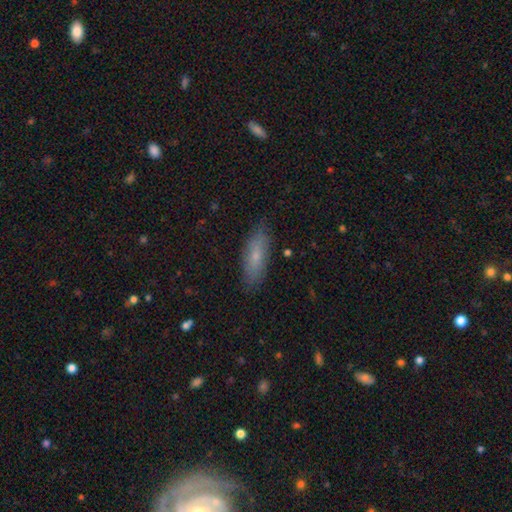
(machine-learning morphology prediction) Smooth or featured? smooth (68%)
How rounded? in between (57%)
Merging? none (83%)